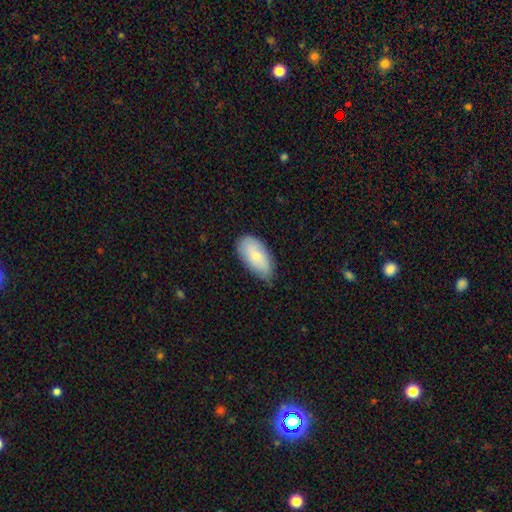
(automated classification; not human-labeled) This is likely a smooth galaxy (74%). How rounded: clearly in between (93%). Merging: likely none (71%).